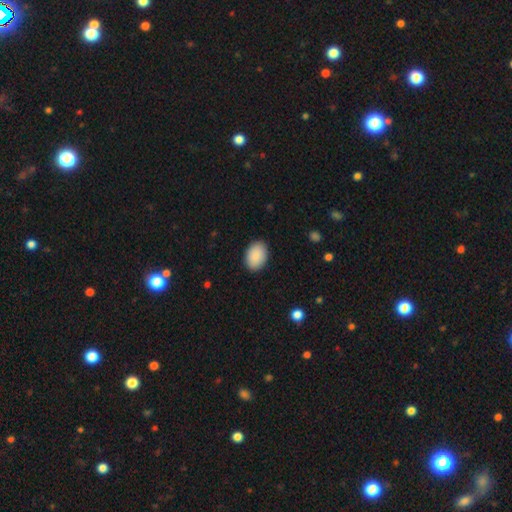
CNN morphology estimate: A smooth galaxy with no disk features (91%) that is in between round and cigar-shaped (84%). Merging: none (89%).